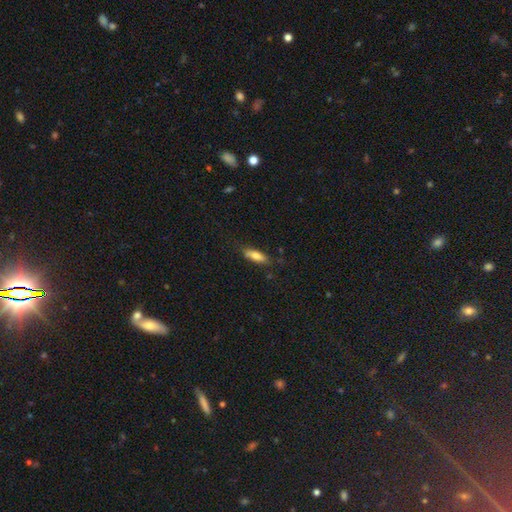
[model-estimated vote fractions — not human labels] This is likely a smooth galaxy (77%). How rounded: possibly in between (55%). Merging: likely none (71%).